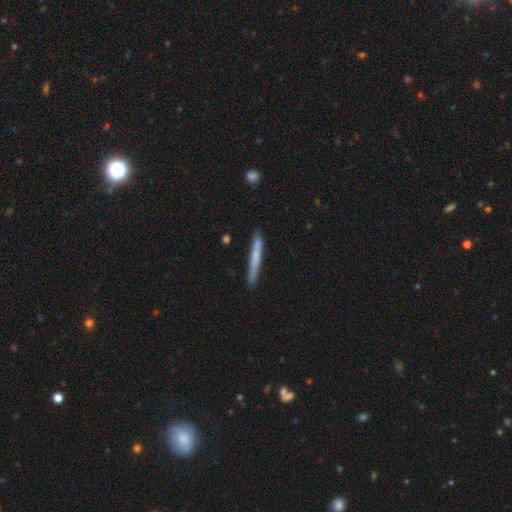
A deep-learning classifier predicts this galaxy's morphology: This appears to be a smooth galaxy with no disk features (60%) that is cigar-shaped (96%). Merging: none (81%).